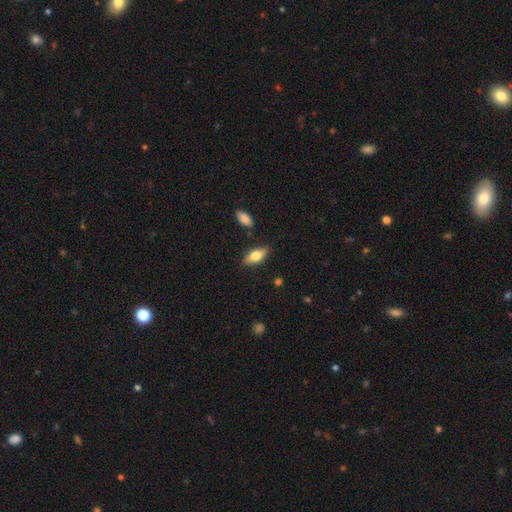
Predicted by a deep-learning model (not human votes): A smooth galaxy with no disk features (61%) that is in between round and cigar-shaped (73%).

Vote fractions:
- Smooth or featured? smooth: 61% / featured or disk: 32% / star or artifact: 7%
- How rounded? in between: 73% / cigar-shaped: 24% / round: 3%
- Merging? none: 84% / minor disturbance: 11% / major disturbance: 3% / merger: 2%